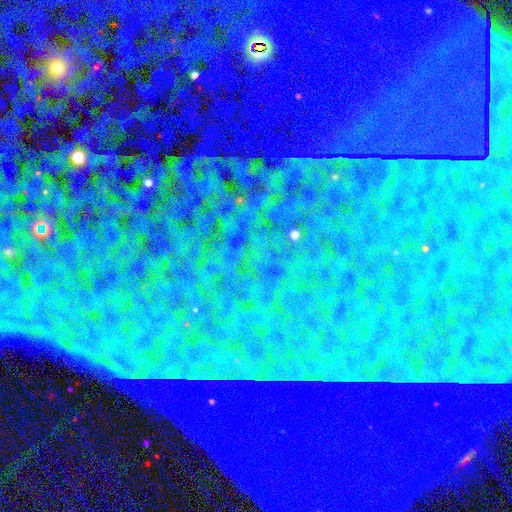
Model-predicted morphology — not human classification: type=star or artifact (86%).